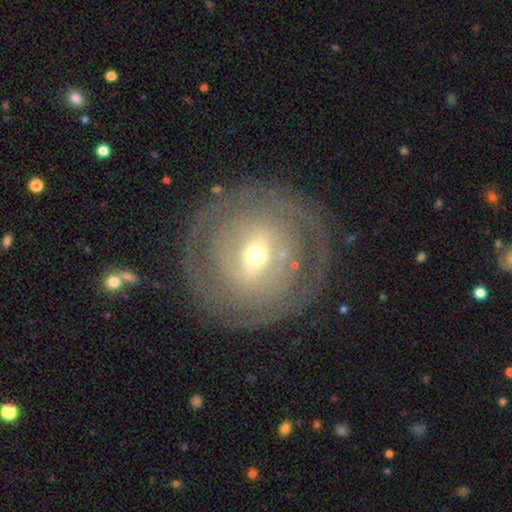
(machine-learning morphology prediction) This appears to be a featured or disk galaxy (80%) with a weak bar (40%), 2 (42%) tight (65%) spiral arms (79%) and a small central bulge (52%). Merging: none (76%).